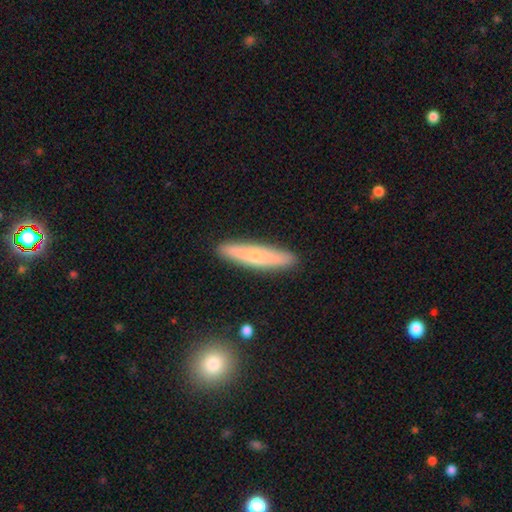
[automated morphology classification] A smooth galaxy with no disk features (56%) that is cigar-shaped (85%).

Vote fractions:
- Smooth or featured? smooth: 56% / featured or disk: 38% / star or artifact: 6%
- How rounded? cigar-shaped: 85% / in between: 13% / round: 2%
- Merging? none: 89% / minor disturbance: 8% / major disturbance: 2% / merger: 2%